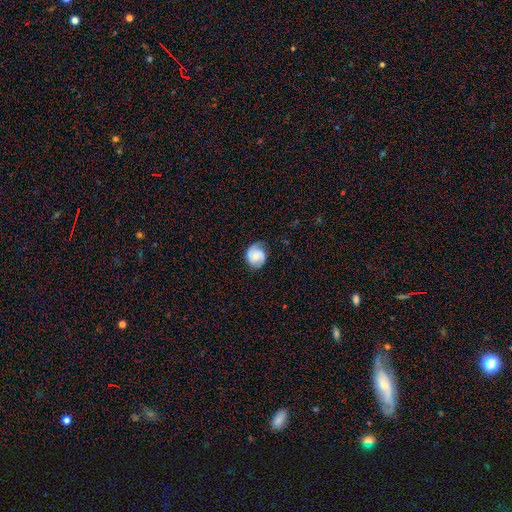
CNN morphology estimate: Smooth or featured: featured or disk — 56% (smooth — 37%)
Edge-on disk: no — 98% (yes — 2%)
Bar: no — 67% (weak — 27%)
Spiral arms: yes — 87% (no — 13%)
Bulge size: moderate — 56% (small — 38%)
Merging: none — 68% (minor disturbance — 24%)